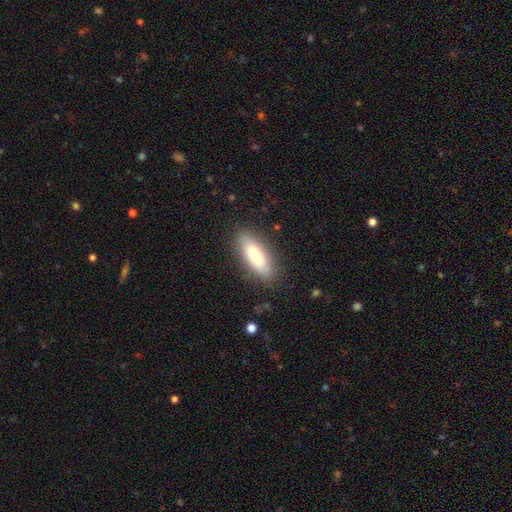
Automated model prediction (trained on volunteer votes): smooth-or-featured: smooth: 71% | featured or disk: 22% | star or artifact: 7%
  how-rounded: in between: 65% | cigar-shaped: 33% | round: 2%
  merging: none: 86% | minor disturbance: 10% | major disturbance: 3% | merger: 1%